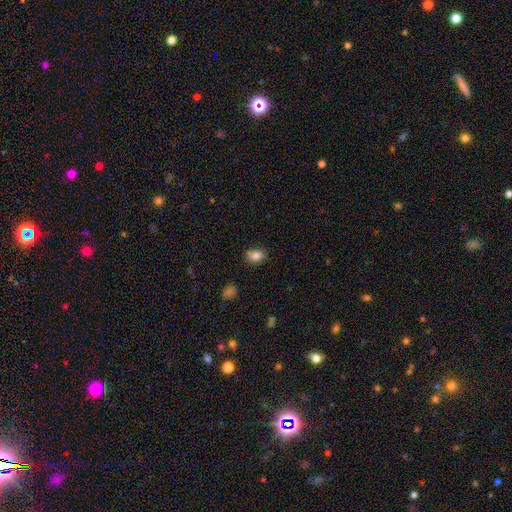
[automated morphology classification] type=smooth (83%); roundness=in between (67%); merging=none (77%).